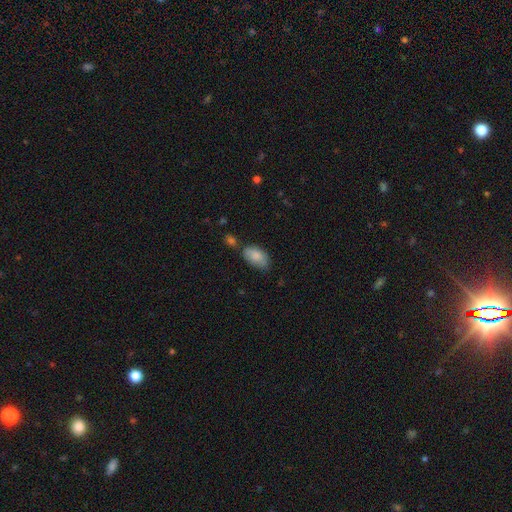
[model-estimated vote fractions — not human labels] Smooth or featured? Predicted: smooth (p=0.82). How rounded? Predicted: in between (p=0.93). Merging? Predicted: none (p=0.54).